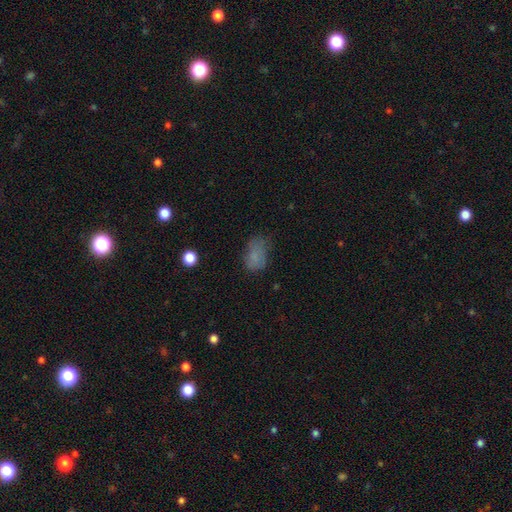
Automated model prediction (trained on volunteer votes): Smooth or featured: smooth — 73% (featured or disk — 14%)
How rounded: in between — 84% (round — 14%)
Merging: none — 47% (minor disturbance — 32%)